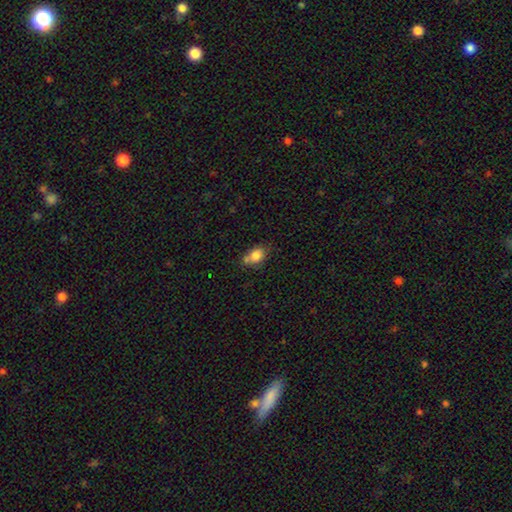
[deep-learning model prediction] This appears to be a smooth galaxy with no disk features (81%) that is in between round and cigar-shaped (70%). Merging: none (53%).